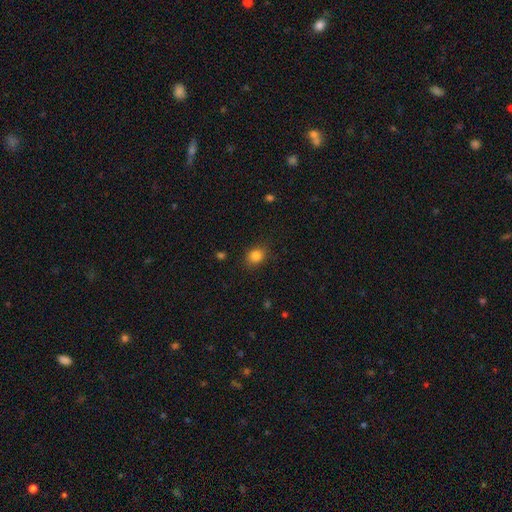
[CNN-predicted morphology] Smooth or featured?
  - smooth: 84% *
  - star or artifact: 11%
  - featured or disk: 5%
How rounded?
  - round: 56% *
  - in between: 43%
  - cigar-shaped: 1%
Merging?
  - none: 84% *
  - minor disturbance: 12%
  - major disturbance: 3%
  - merger: 1%